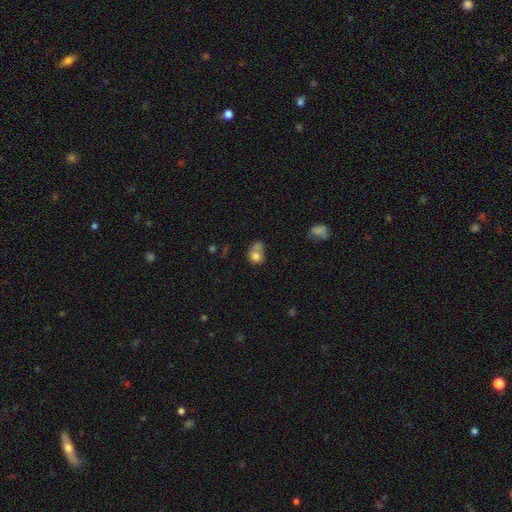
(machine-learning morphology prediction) Smooth or featured: smooth — 74% (featured or disk — 16%)
How rounded: round — 57% (in between — 41%)
Merging: merger — 35% (none — 31%)